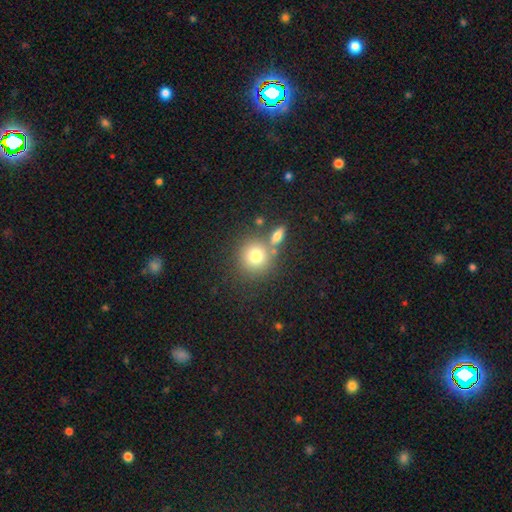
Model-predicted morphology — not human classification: This appears to be a smooth galaxy with no disk features (76%) that is round (89%). Merging: none (65%).